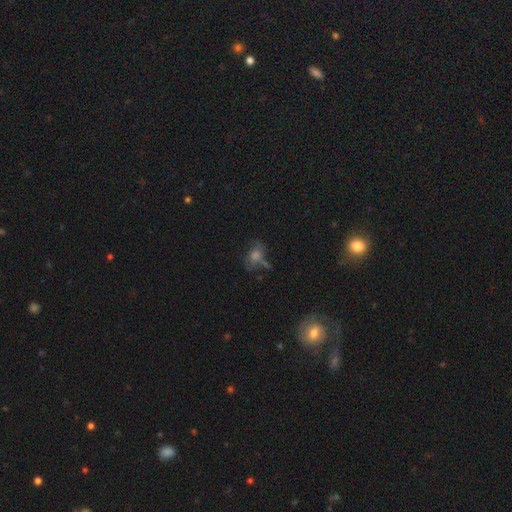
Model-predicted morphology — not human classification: Smooth or featured? smooth (39%)
Merging? none (48%)